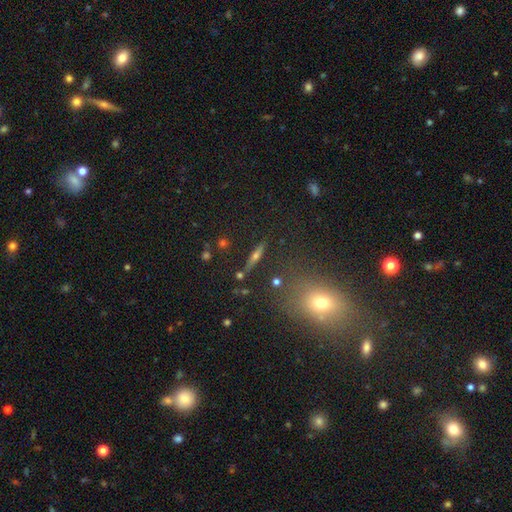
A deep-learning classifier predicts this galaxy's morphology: Q: Smooth or featured?
A: featured or disk (59%); runner-up: smooth (26%)
Q: Edge-on disk?
A: yes (93%); runner-up: no (7%)
Q: Edge-on bulge?
A: rounded (90%); runner-up: none (6%)
Q: Merging?
A: none (85%); runner-up: minor disturbance (8%)